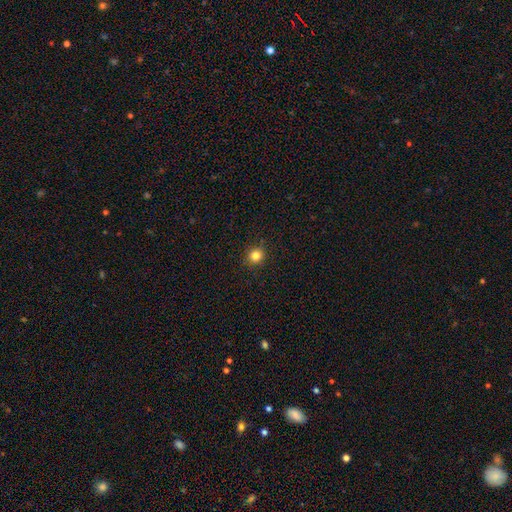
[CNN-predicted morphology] smooth 83%, star or artifact 12%, featured or disk 5%. Down the decision tree: how rounded — round (87%); merging — none (91%).